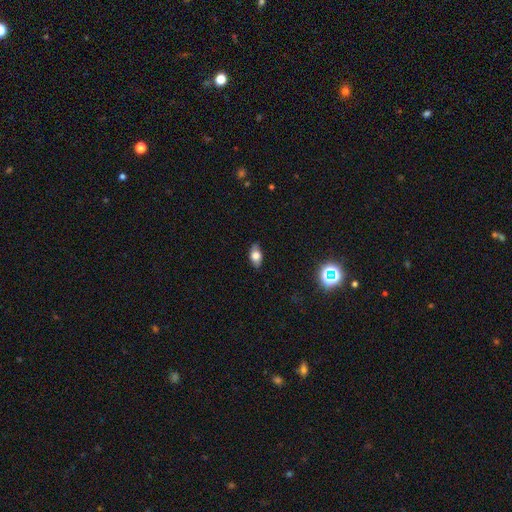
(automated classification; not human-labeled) Q: Smooth or featured?
A: smooth (67%); runner-up: featured or disk (23%)
Q: How rounded?
A: in between (86%); runner-up: round (8%)
Q: Merging?
A: none (81%); runner-up: minor disturbance (15%)